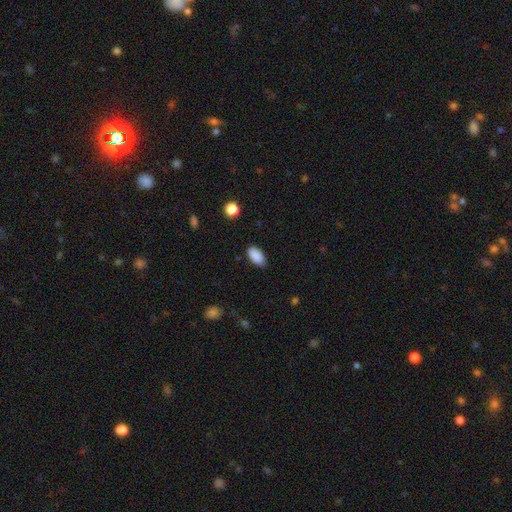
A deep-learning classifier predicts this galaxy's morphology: smooth_or_featured: smooth (p=0.89) [alt: star or artifact p=0.07]
how_rounded: in between (p=0.94) [alt: round p=0.04]
merging: none (p=0.82) [alt: minor disturbance p=0.14]